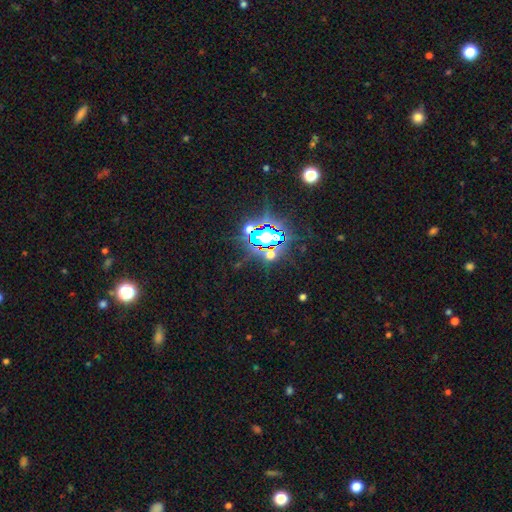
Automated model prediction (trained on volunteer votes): Smooth or featured? star or artifact (83%)